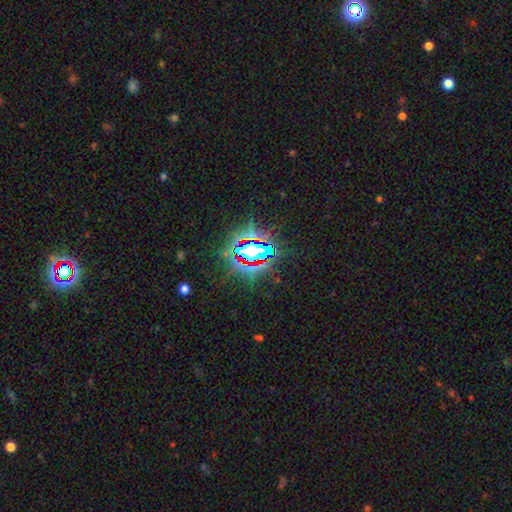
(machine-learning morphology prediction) Overall: star or artifact (77%).